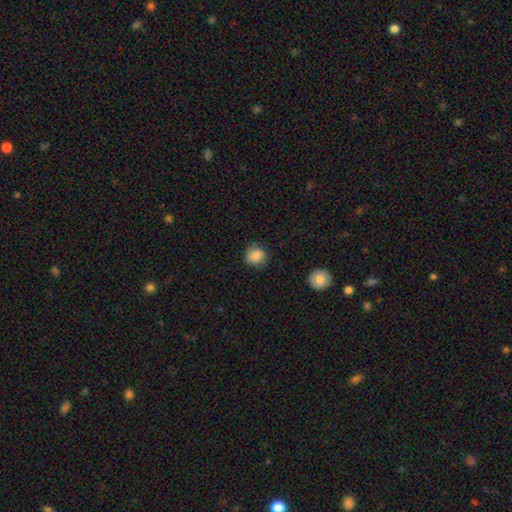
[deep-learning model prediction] This appears to be a smooth galaxy with no disk features (85%) that is round (82%). Merging: none (78%).